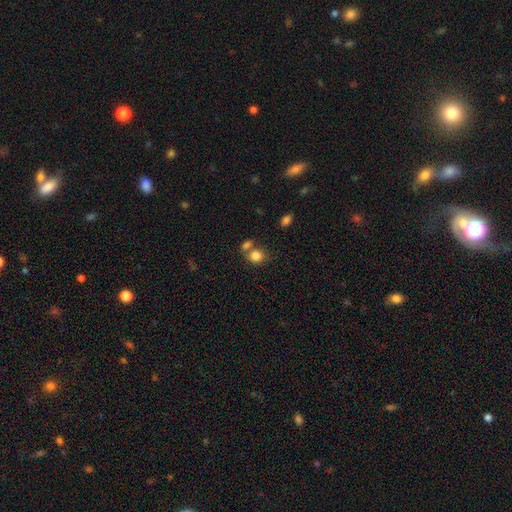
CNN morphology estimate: Overall: smooth (82%). How rounded: round (63%; in between 36%). Merging: none (49%; merger 34%).